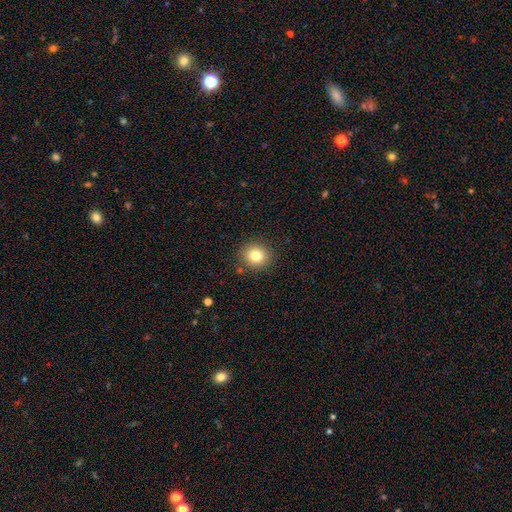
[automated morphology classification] This is clearly a smooth galaxy (81%). How rounded: clearly round (85%). Merging: clearly none (88%).